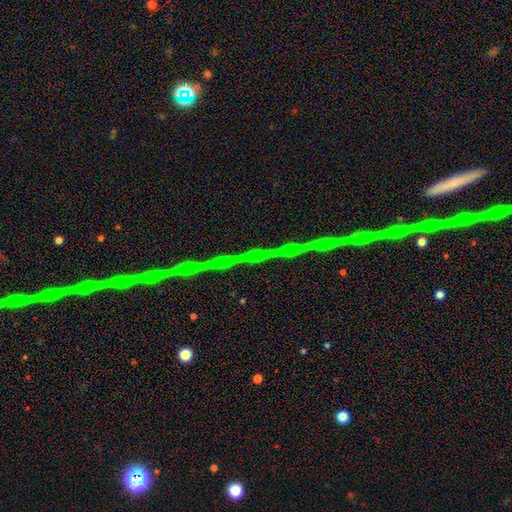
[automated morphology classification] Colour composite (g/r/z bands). It shows a star or artifact, not a galaxy (73%).